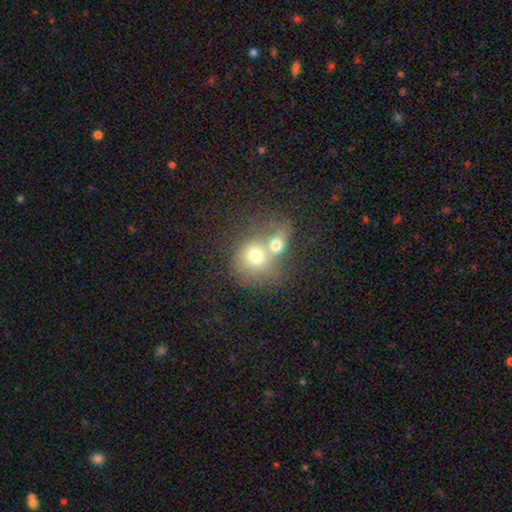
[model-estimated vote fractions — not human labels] This appears to be a smooth galaxy with no disk features (67%) that is round (74%). Merging: merger (69%).